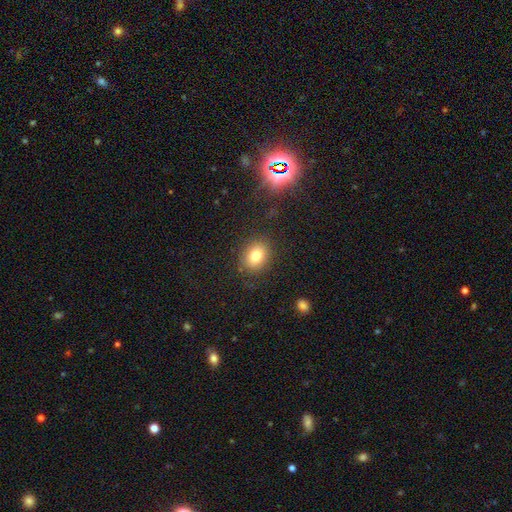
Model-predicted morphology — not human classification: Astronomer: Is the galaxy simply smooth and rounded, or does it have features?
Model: smooth — 80%.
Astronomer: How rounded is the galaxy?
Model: in between — 52% (runner-up: round, 47%).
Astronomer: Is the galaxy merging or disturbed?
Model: none — 84%.